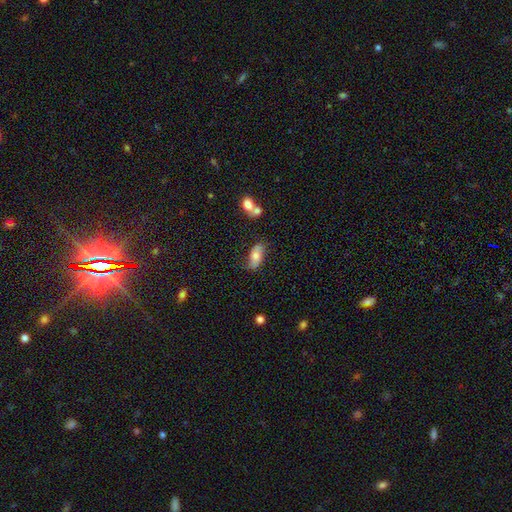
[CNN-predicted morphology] This appears to be a smooth galaxy with no disk features (62%) that is in between round and cigar-shaped (88%). Merging: none (65%).